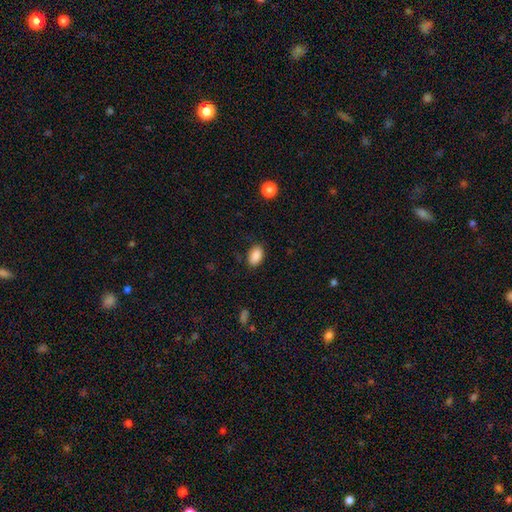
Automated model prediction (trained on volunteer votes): Q: Smooth or featured?
A: smooth (88%); runner-up: star or artifact (8%)
Q: How rounded?
A: in between (91%); runner-up: round (8%)
Q: Merging?
A: none (84%); runner-up: minor disturbance (12%)